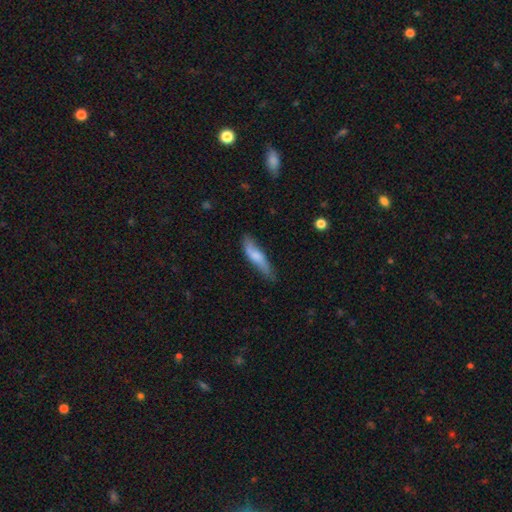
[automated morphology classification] Q: Smooth or featured?
A: smooth (61%); runner-up: featured or disk (34%)
Q: How rounded?
A: cigar-shaped (75%); runner-up: in between (23%)
Q: Merging?
A: none (67%); runner-up: minor disturbance (25%)